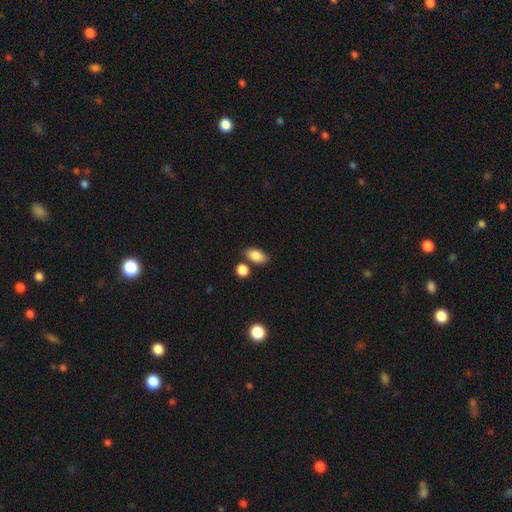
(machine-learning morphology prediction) smooth-or-featured: smooth: 85% | star or artifact: 8% | featured or disk: 7%
  how-rounded: in between: 88% | round: 8% | cigar-shaped: 4%
  merging: none: 73% | minor disturbance: 12% | merger: 12% | major disturbance: 3%